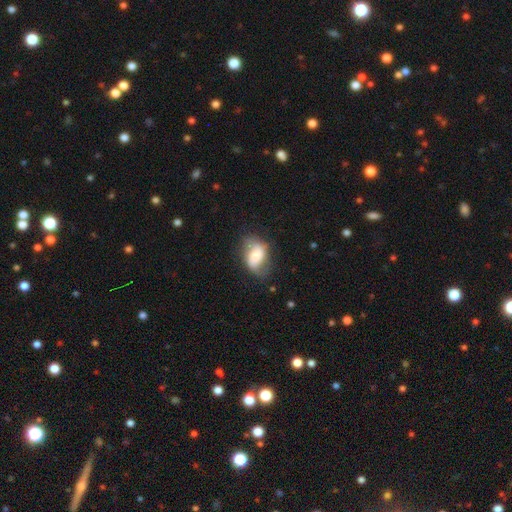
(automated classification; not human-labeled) Smooth or featured? smooth (52%)
How rounded? in between (83%)
Merging? none (58%)